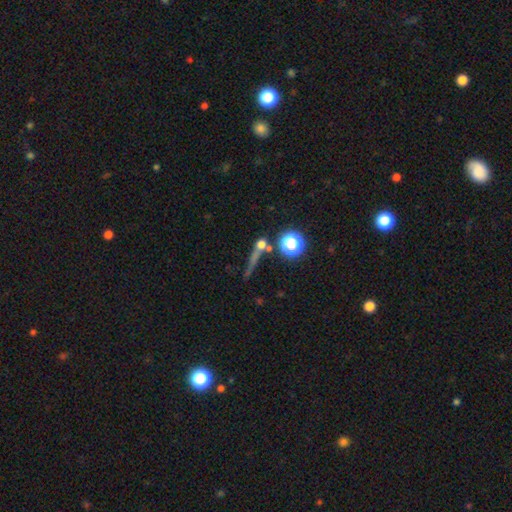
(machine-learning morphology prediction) The model was most divided on "smooth or featured": star or artifact: 38%, smooth: 34%, featured or disk: 28%.